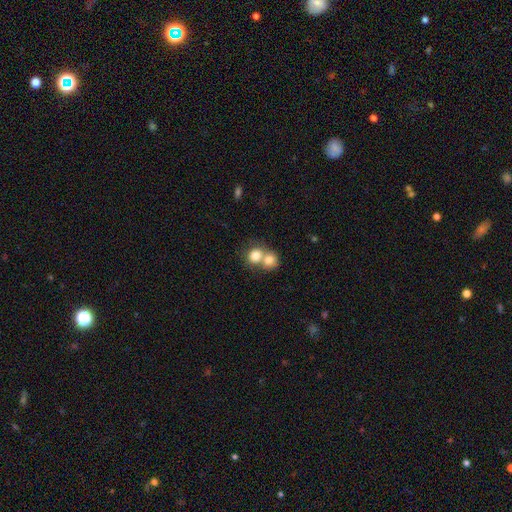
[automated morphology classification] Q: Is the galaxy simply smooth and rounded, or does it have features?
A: smooth — 78%.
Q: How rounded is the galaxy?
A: round — 74%.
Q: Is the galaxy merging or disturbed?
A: merger — 65%.